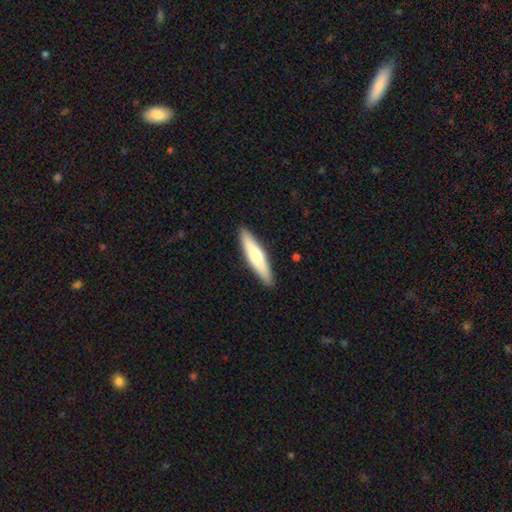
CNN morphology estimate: This is likely a smooth galaxy (62%). How rounded: likely cigar-shaped (80%). Merging: clearly none (90%).